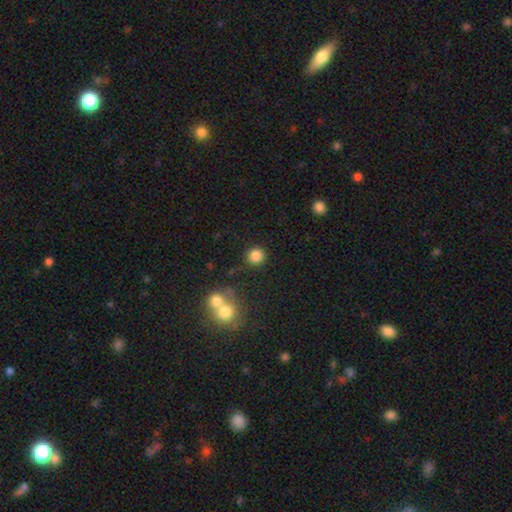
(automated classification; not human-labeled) A smooth galaxy with no disk features (84%) that is round (93%). Merging: none (84%).